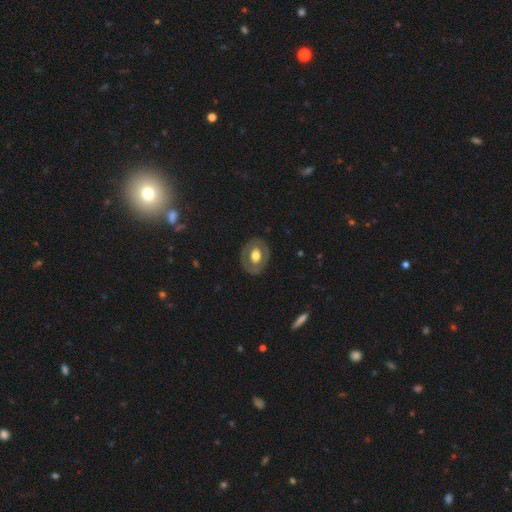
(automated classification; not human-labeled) Smooth or featured? Predicted: featured or disk (p=0.51). Edge-on disk? Predicted: no (p=0.94). Merging? Predicted: none (p=0.82).